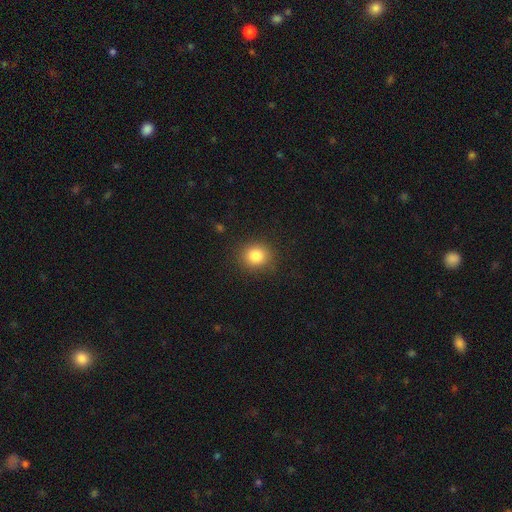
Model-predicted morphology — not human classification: Smooth or featured? smooth (83%)
How rounded? round (82%)
Merging? none (89%)